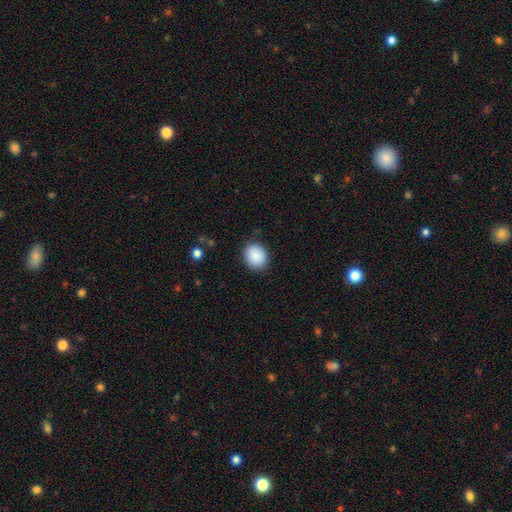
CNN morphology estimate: Smooth or featured? Predicted: smooth (p=0.89). How rounded? Predicted: round (p=0.65). Merging? Predicted: none (p=0.84).